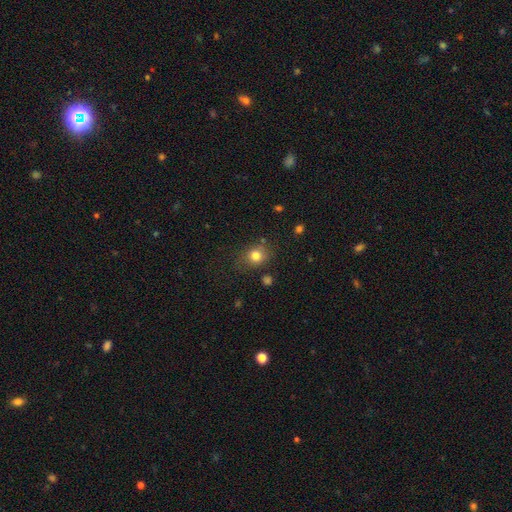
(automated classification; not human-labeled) Q: Smooth or featured?
A: smooth (79%); runner-up: star or artifact (13%)
Q: How rounded?
A: round (66%); runner-up: in between (33%)
Q: Merging?
A: none (75%); runner-up: minor disturbance (16%)